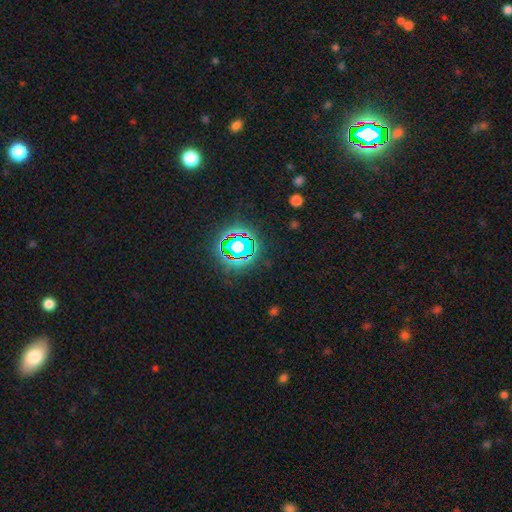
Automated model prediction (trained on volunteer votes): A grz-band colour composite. It shows a star or artifact, not a galaxy (82%).